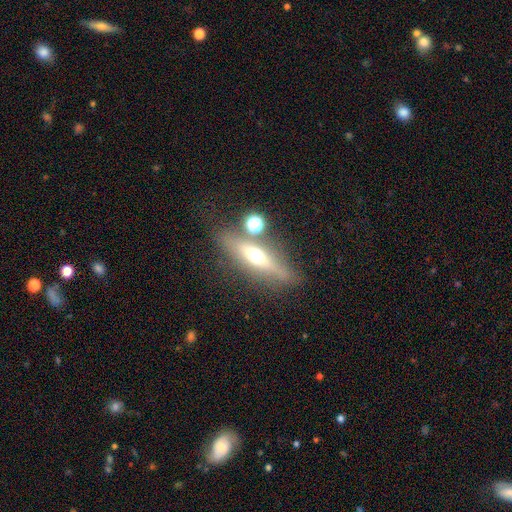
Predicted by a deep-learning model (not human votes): Morphology: type=featured or disk (54%); edge-on=yes (84%); merging=none (75%).